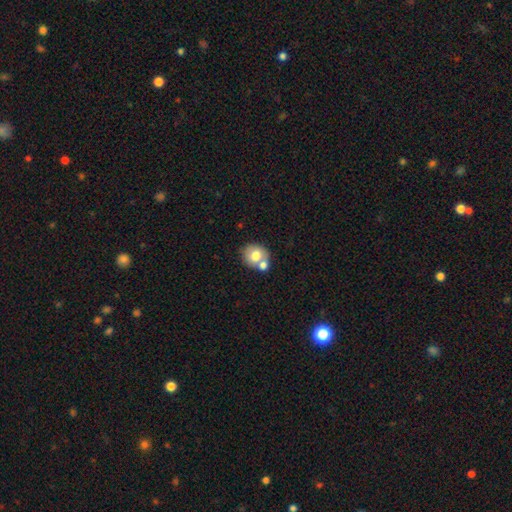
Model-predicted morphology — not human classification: Smooth or featured: smooth — 72% (featured or disk — 20%)
How rounded: round — 72% (in between — 27%)
Merging: none — 49% (merger — 37%)